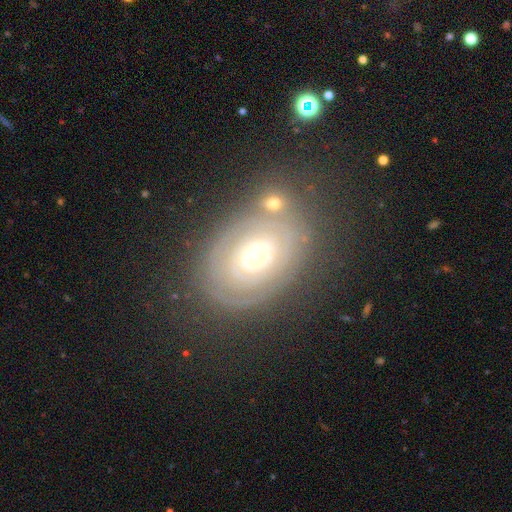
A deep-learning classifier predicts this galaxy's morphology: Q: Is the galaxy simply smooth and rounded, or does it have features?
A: featured or disk — 67%.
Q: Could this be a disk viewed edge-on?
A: no — 94%.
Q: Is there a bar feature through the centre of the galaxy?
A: no — 78%.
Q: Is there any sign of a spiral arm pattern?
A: yes — 60%.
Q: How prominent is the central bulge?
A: moderate — 61%.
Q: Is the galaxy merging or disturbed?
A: none — 73%.